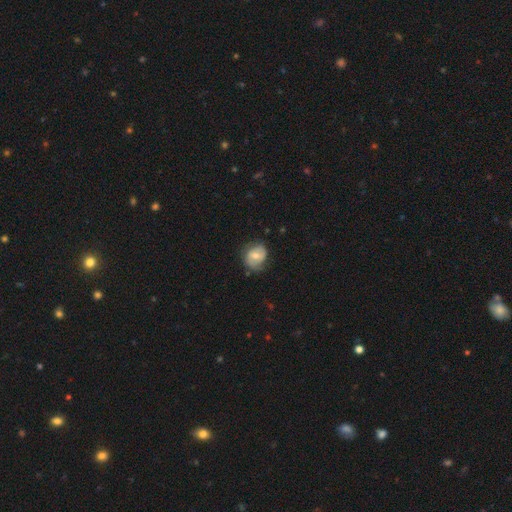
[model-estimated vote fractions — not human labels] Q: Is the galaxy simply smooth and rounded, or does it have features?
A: featured or disk — 53%.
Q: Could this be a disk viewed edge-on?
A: no — 97%.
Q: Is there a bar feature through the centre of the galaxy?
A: no — 51%.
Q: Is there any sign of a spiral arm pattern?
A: yes — 73%.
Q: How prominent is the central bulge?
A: moderate — 63%.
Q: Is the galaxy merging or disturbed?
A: none — 65%.